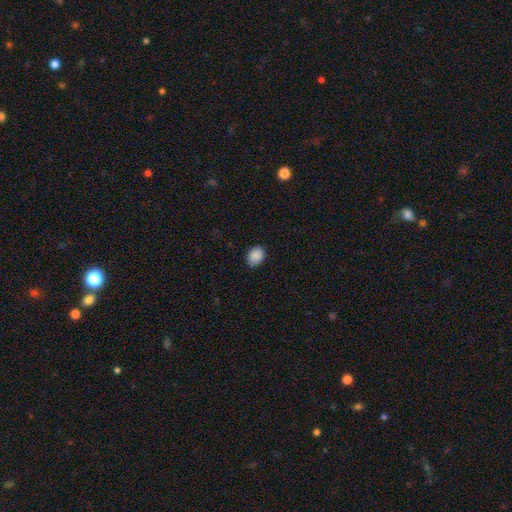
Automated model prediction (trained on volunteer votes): Smooth or featured? smooth (89%)
How rounded? in between (60%)
Merging? none (83%)